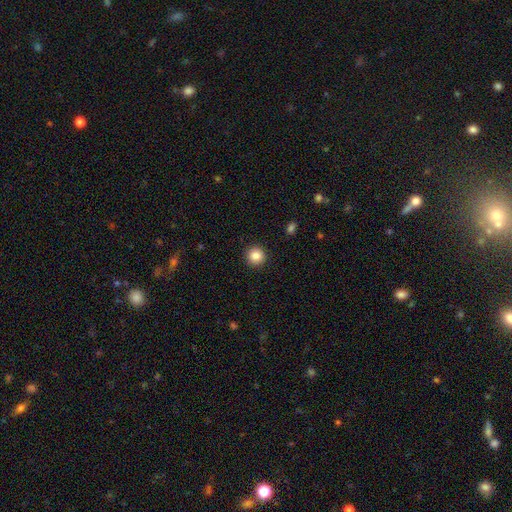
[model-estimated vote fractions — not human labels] Smooth or featured: smooth — 86% (star or artifact — 10%)
How rounded: round — 95% (in between — 4%)
Merging: none — 92% (minor disturbance — 5%)